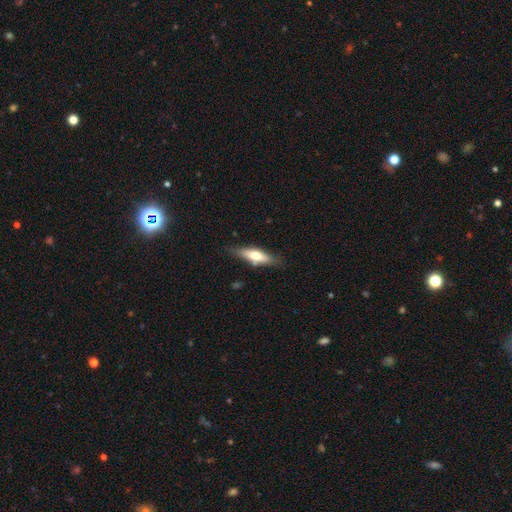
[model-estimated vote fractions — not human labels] A smooth galaxy with no disk features (56%) that is cigar-shaped (57%).

Vote fractions:
- Smooth or featured? smooth: 56% / featured or disk: 39% / star or artifact: 6%
- How rounded? cigar-shaped: 57% / in between: 40% / round: 2%
- Merging? none: 77% / minor disturbance: 15% / merger: 4% / major disturbance: 3%